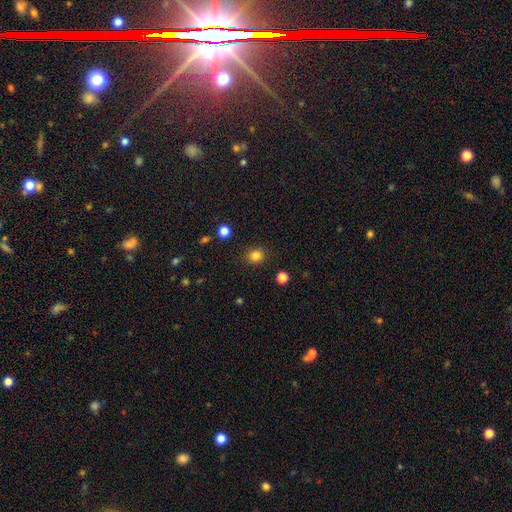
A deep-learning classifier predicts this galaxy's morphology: Q: Smooth or featured?
A: smooth (83%); runner-up: star or artifact (13%)
Q: How rounded?
A: round (79%); runner-up: in between (21%)
Q: Merging?
A: none (89%); runner-up: minor disturbance (8%)